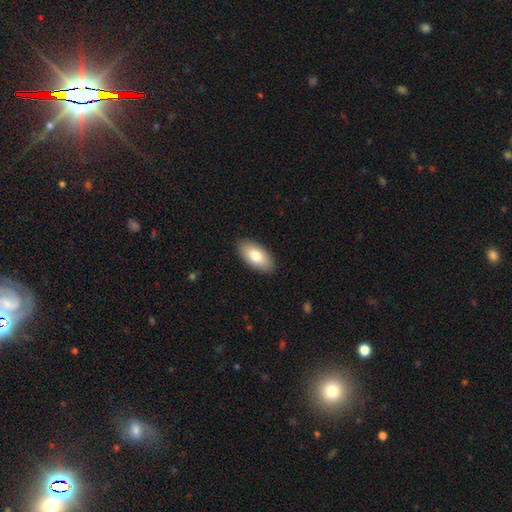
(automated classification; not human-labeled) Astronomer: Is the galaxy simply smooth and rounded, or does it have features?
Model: smooth — 79%.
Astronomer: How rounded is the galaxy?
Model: in between — 93%.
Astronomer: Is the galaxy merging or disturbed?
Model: none — 89%.